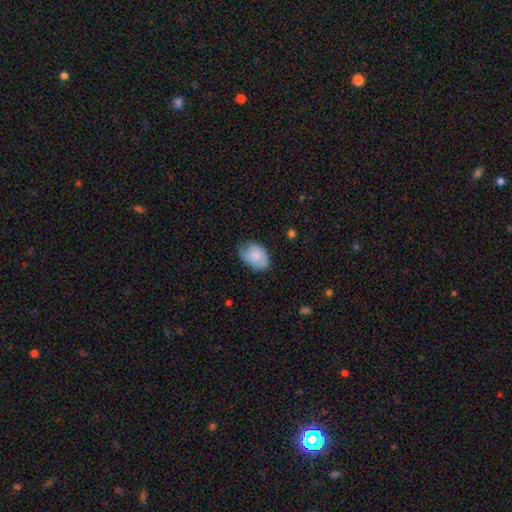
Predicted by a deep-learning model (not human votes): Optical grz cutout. It shows a smooth galaxy with no disk features (77%) that is in between round and cigar-shaped (81%). Merging: none (51%).